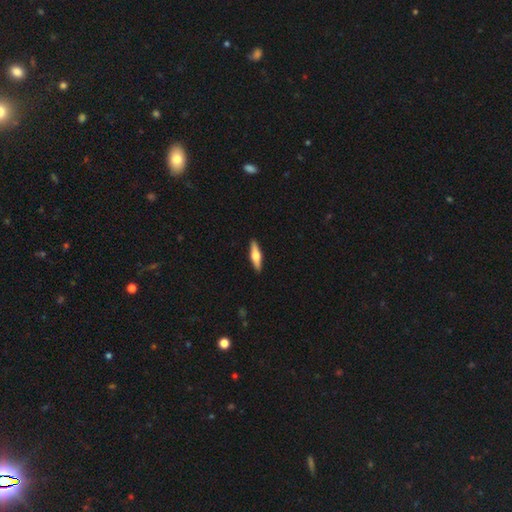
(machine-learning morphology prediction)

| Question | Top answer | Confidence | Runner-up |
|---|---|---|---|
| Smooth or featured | featured or disk | 54% | smooth (41%) |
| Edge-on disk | yes | 96% | no (4%) |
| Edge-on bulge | rounded | 92% | boxy (6%) |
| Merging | none | 91% | minor disturbance (6%) |